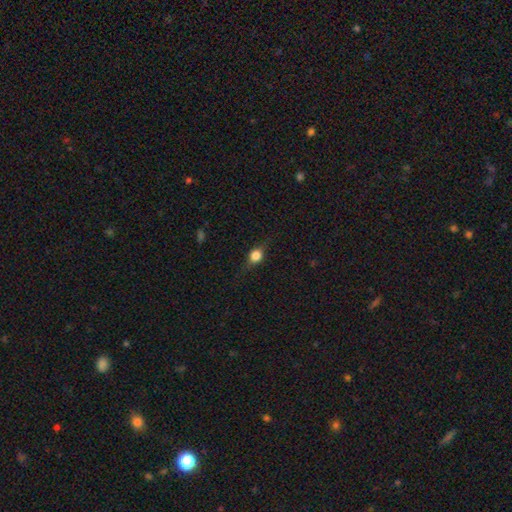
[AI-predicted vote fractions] A smooth galaxy with no disk features (61%) that is round (57%).

Vote fractions:
- Smooth or featured? smooth: 61% / featured or disk: 27% / star or artifact: 12%
- How rounded? round: 57% / in between: 37% / cigar-shaped: 6%
- Merging? none: 78% / minor disturbance: 16% / major disturbance: 5% / merger: 1%